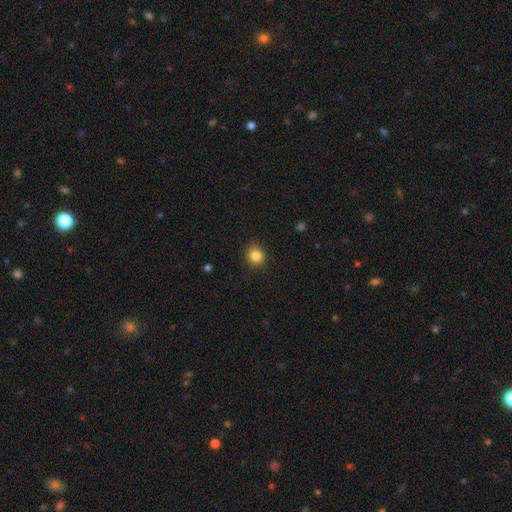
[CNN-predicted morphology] Smooth or featured? Predicted: smooth (p=0.84). How rounded? Predicted: round (p=0.84). Merging? Predicted: none (p=0.89).